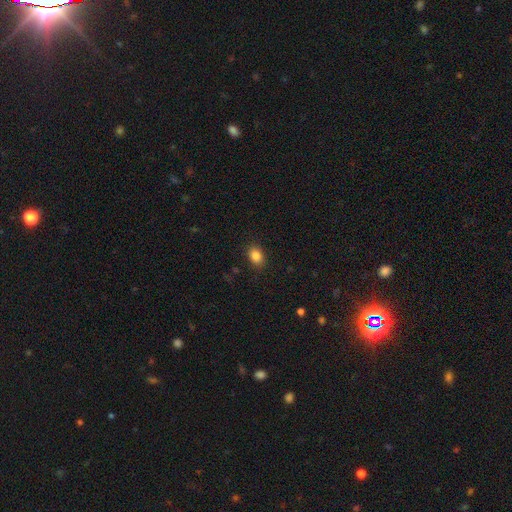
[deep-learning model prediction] smooth-or-featured: smooth: 86% | star or artifact: 10% | featured or disk: 4%
  how-rounded: in between: 71% | round: 28% | cigar-shaped: 1%
  merging: none: 87% | minor disturbance: 9% | major disturbance: 3% | merger: 1%